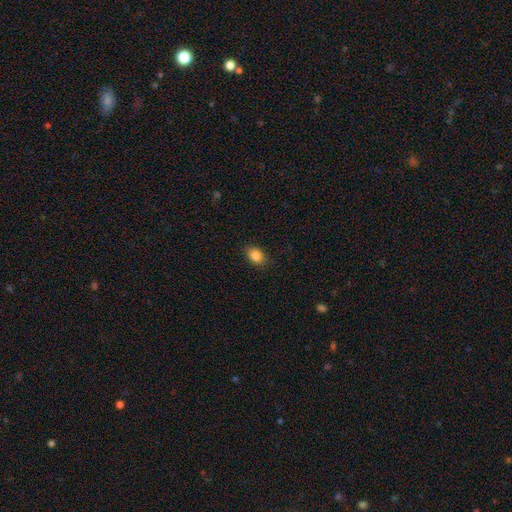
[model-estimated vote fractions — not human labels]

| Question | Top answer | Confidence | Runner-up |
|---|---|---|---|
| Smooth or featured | smooth | 86% | star or artifact (9%) |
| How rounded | in between | 75% | round (24%) |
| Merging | none | 86% | minor disturbance (11%) |